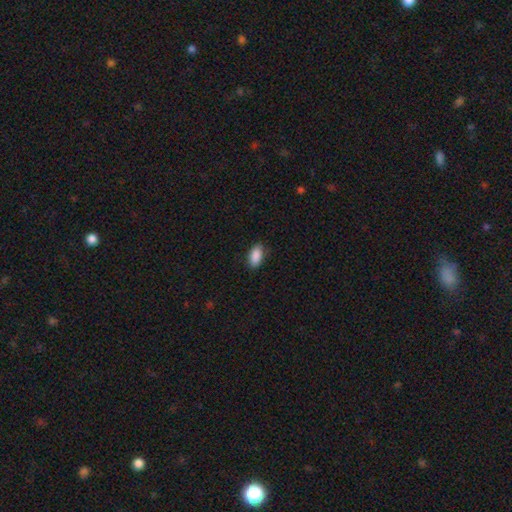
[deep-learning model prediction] Morphology: type=smooth (90%); roundness=in between (91%); merging=none (84%).